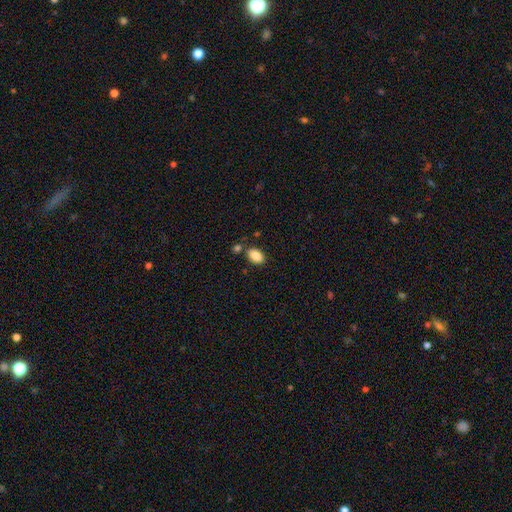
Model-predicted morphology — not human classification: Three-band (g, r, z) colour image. It shows a smooth galaxy with no disk features (88%) that is in between round and cigar-shaped (88%). Merging: none (77%).